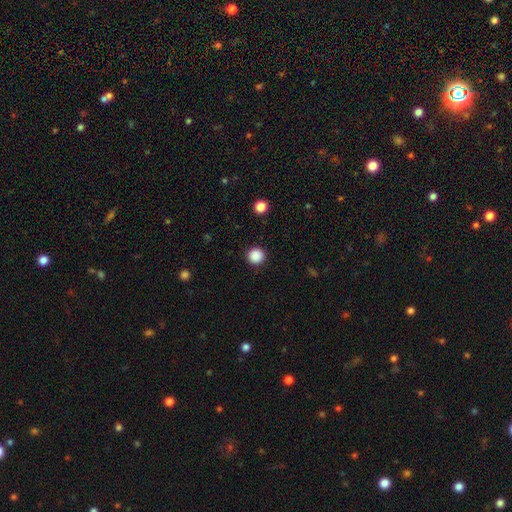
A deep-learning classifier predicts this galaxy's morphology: smooth_or_featured: smooth (p=0.88) [alt: star or artifact p=0.10]
how_rounded: round (p=0.95) [alt: in between p=0.04]
merging: none (p=0.92) [alt: minor disturbance p=0.05]